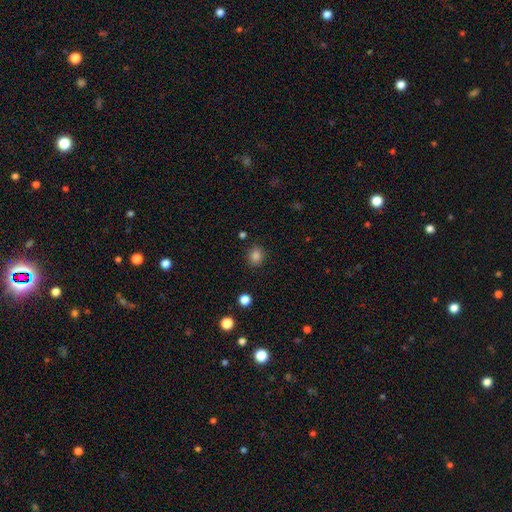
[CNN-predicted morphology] smooth-or-featured: smooth: 84% | star or artifact: 12% | featured or disk: 4%
  how-rounded: round: 78% | in between: 21% | cigar-shaped: 1%
  merging: none: 88% | minor disturbance: 8% | major disturbance: 3% | merger: 2%